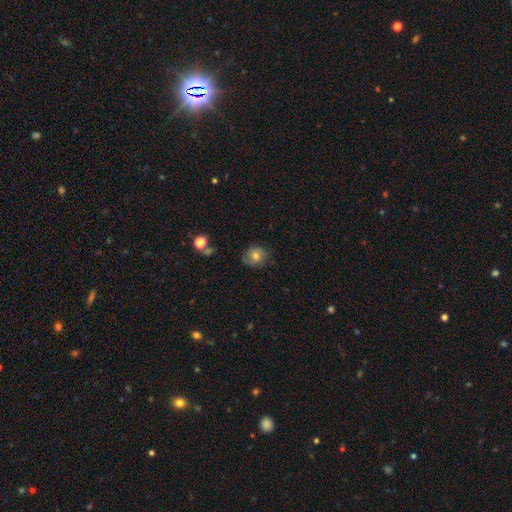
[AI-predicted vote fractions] Smooth or featured?
  - smooth: 75% *
  - featured or disk: 14%
  - star or artifact: 11%
How rounded?
  - round: 76% *
  - in between: 23%
  - cigar-shaped: 1%
Merging?
  - none: 78% *
  - minor disturbance: 16%
  - major disturbance: 4%
  - merger: 2%